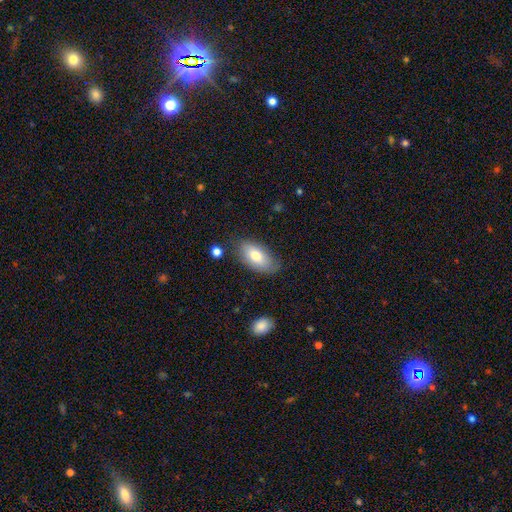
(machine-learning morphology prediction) Smooth or featured? Predicted: smooth (p=0.76). How rounded? Predicted: in between (p=0.91). Merging? Predicted: none (p=0.77).